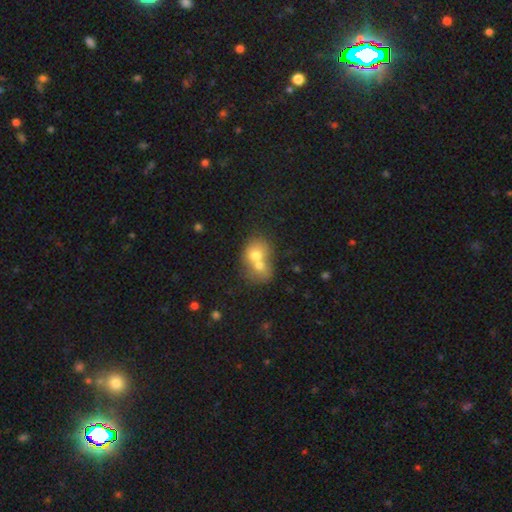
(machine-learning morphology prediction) type=smooth (66%); roundness=round (58%); merging=merger (75%).